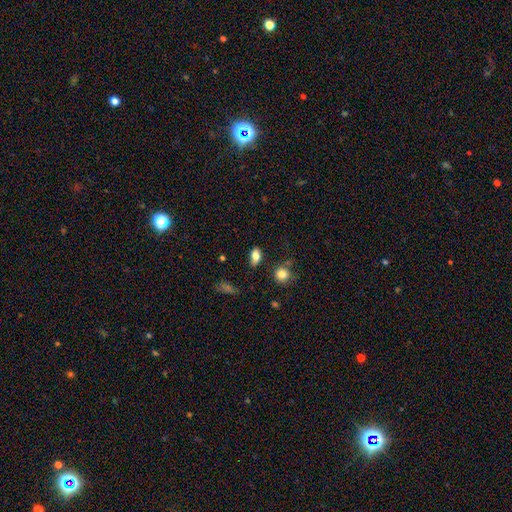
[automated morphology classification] Smooth or featured? smooth (78%)
How rounded? in between (83%)
Merging? none (73%)